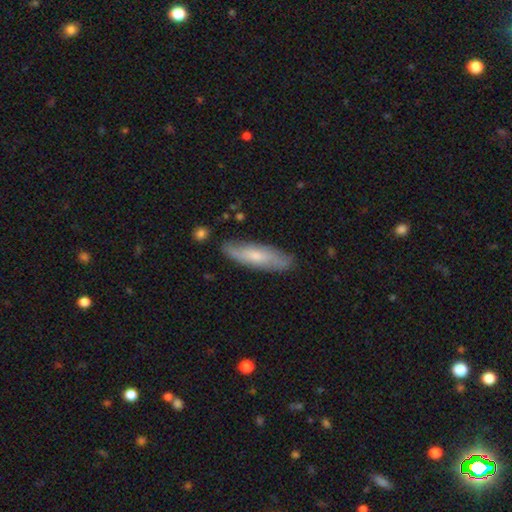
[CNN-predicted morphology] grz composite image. It shows a smooth galaxy with no disk features (57%) that is cigar-shaped (56%). Merging: none (80%).